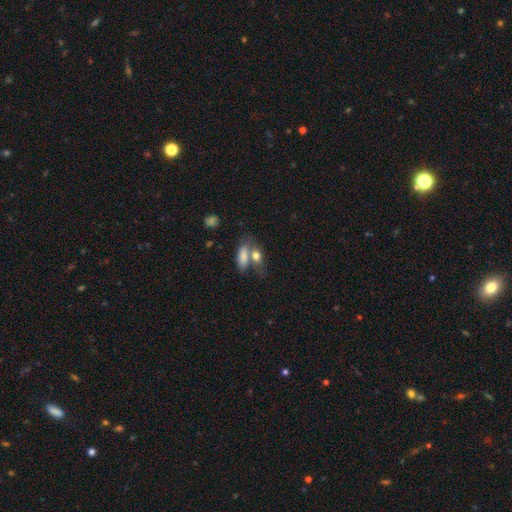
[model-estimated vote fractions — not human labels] smooth 77%, featured or disk 15%, star or artifact 8%. Down the decision tree: how rounded — in between (77%); merging — merger (46%).